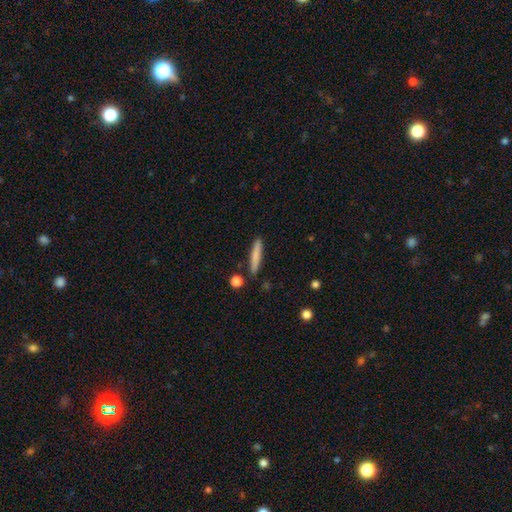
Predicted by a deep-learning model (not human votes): The model was most divided on "smooth or featured": smooth: 77%, featured or disk: 17%, star or artifact: 6%. More confident: how rounded — cigar-shaped (92%); merging — none (87%).